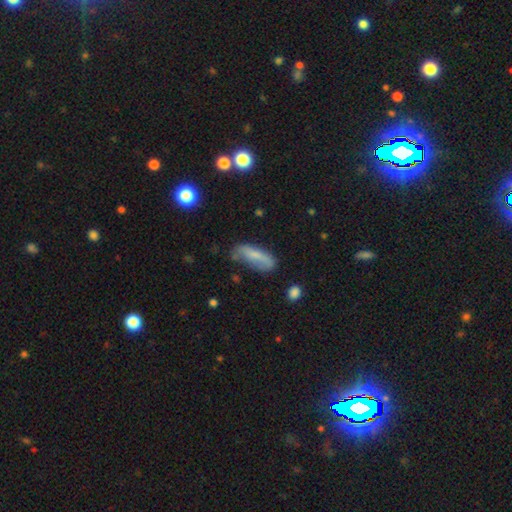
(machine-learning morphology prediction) The model was most divided on "merging": none: 54%, minor disturbance: 30%, major disturbance: 12%, merger: 4%. More confident: smooth or featured — smooth (64%); how rounded — in between (62%).